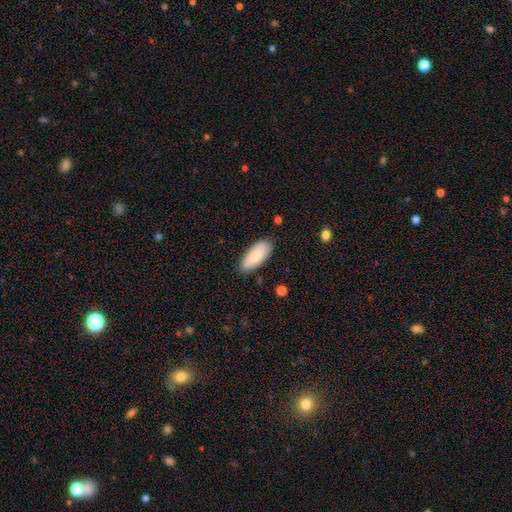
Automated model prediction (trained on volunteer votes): This appears to be a smooth galaxy with no disk features (81%) that is in between round and cigar-shaped (87%). Merging: none (84%).